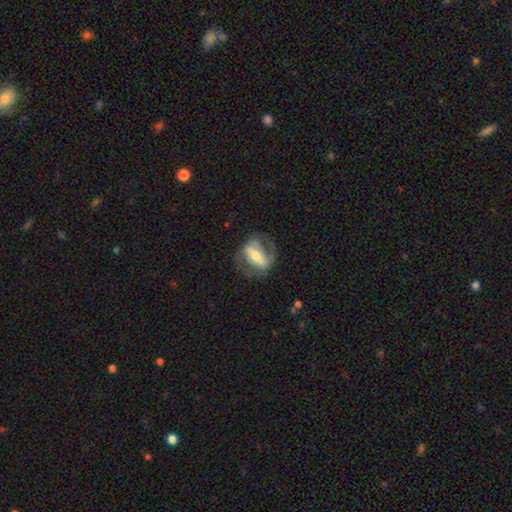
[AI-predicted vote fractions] Smooth or featured?
  - featured or disk: 75% *
  - smooth: 19%
  - star or artifact: 6%
Edge-on disk?
  - no: 92% *
  - yes: 8%
Bar?
  - strong: 59% *
  - weak: 27%
  - no: 14%
Spiral arms?
  - yes: 82% *
  - no: 18%
Spiral winding?
  - medium: 45% *
  - loose: 29%
  - tight: 26%
Spiral arm count?
  - 2: 74% *
  - 1: 12%
  - can't tell: 10%
  - 3: 2%
  - 4: 1%
  - more than 4: 1%
Bulge size?
  - moderate: 57% *
  - small: 30%
  - large: 9%
  - none: 2%
  - dominant: 1%
Merging?
  - none: 61% *
  - minor disturbance: 19%
  - major disturbance: 18%
  - merger: 2%